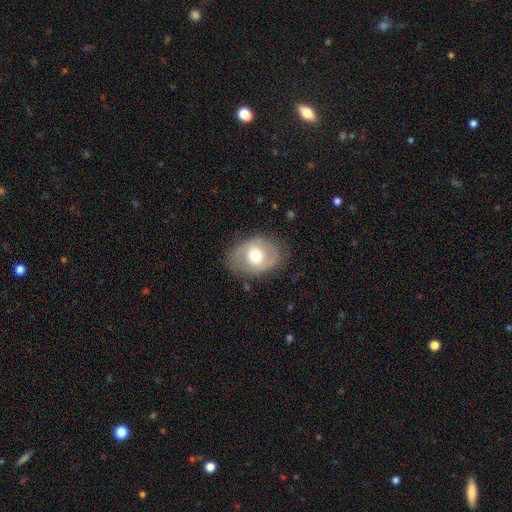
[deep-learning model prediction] Overall: smooth (53%; featured or disk 40%). How rounded: in between (65%; round 34%). Merging: none (76%).